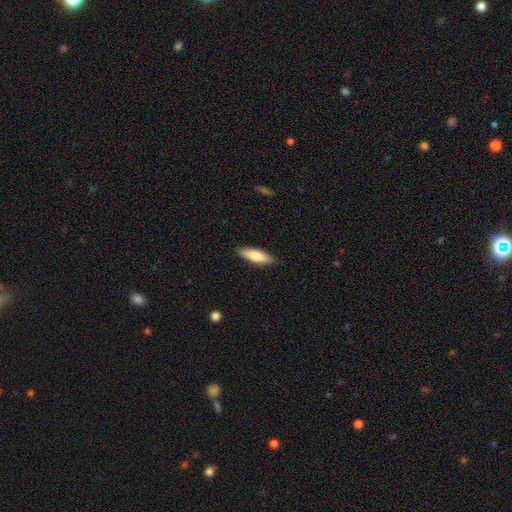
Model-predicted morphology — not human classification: smooth-or-featured: smooth: 73% | featured or disk: 21% | star or artifact: 6%
  how-rounded: cigar-shaped: 51% | in between: 47% | round: 2%
  merging: none: 87% | minor disturbance: 10% | major disturbance: 2% | merger: 1%